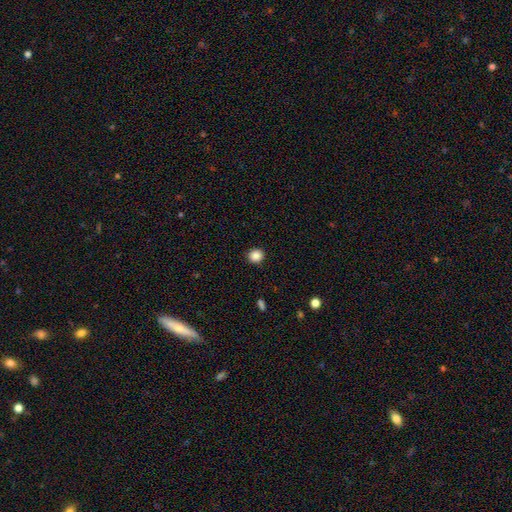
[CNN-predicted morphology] Smooth or featured?
  - smooth: 87% *
  - star or artifact: 10%
  - featured or disk: 3%
How rounded?
  - round: 89% *
  - in between: 10%
  - cigar-shaped: 1%
Merging?
  - none: 92% *
  - minor disturbance: 5%
  - major disturbance: 2%
  - merger: 1%